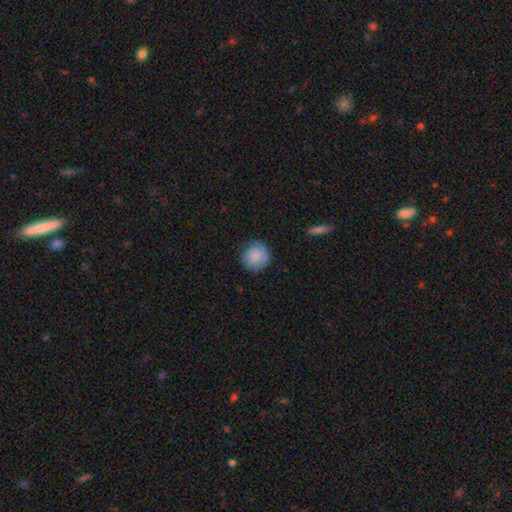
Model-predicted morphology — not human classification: smooth_or_featured: smooth (p=0.79) [alt: featured or disk p=0.14]
how_rounded: round (p=0.88) [alt: in between p=0.11]
merging: none (p=0.72) [alt: minor disturbance p=0.20]